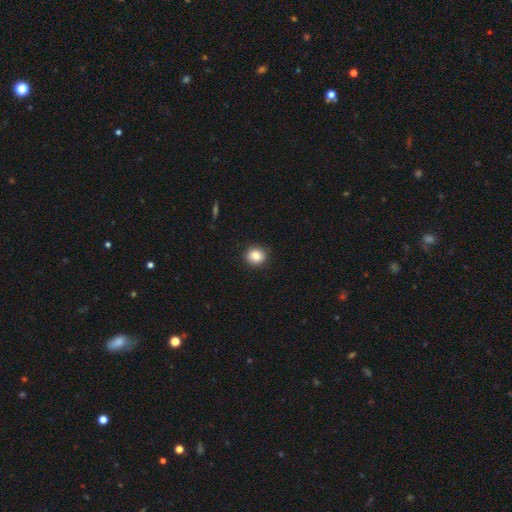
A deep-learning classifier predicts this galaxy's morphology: Smooth or featured? Predicted: smooth (p=0.84). How rounded? Predicted: round (p=0.78). Merging? Predicted: none (p=0.86).